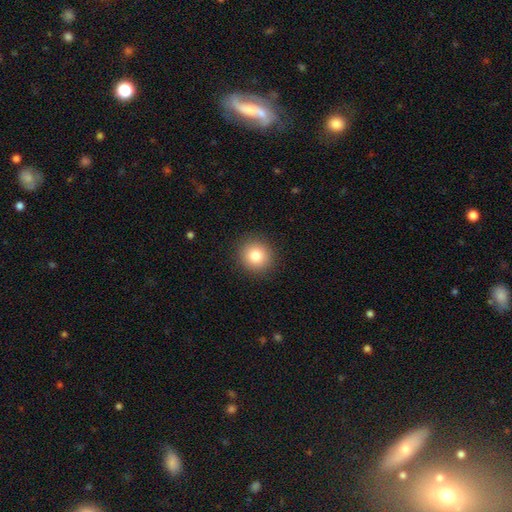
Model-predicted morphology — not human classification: smooth-or-featured: smooth: 82% | star or artifact: 10% | featured or disk: 7%
  how-rounded: round: 90% | in between: 9% | cigar-shaped: 1%
  merging: none: 91% | minor disturbance: 6% | major disturbance: 2% | merger: 1%